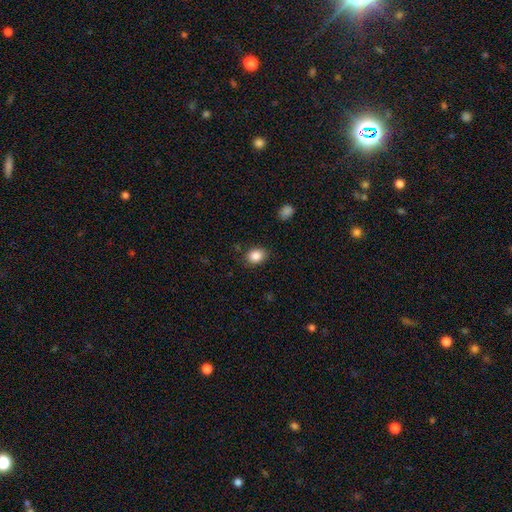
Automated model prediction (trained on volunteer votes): Overall: smooth (86%). How rounded: in between (56%; round 43%). Merging: none (83%).